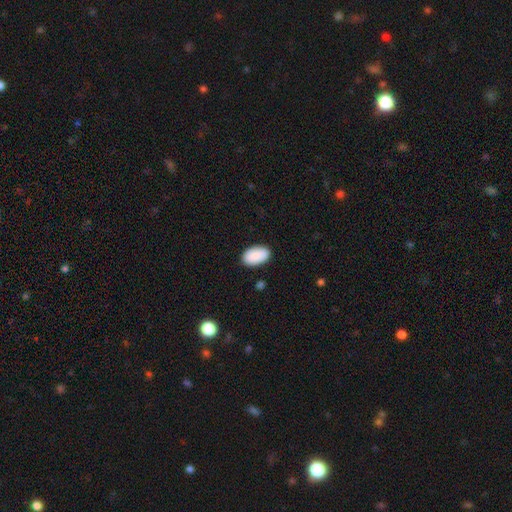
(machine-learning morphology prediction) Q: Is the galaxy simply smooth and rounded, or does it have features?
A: smooth — 89%.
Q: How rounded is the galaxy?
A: in between — 95%.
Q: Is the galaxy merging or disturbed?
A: none — 86%.